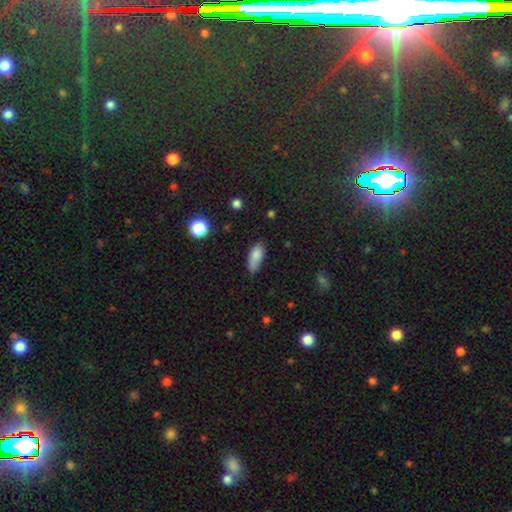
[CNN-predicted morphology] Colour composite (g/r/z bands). It shows a smooth galaxy with no disk features (83%) that is in between round and cigar-shaped (84%). Merging: none (63%).